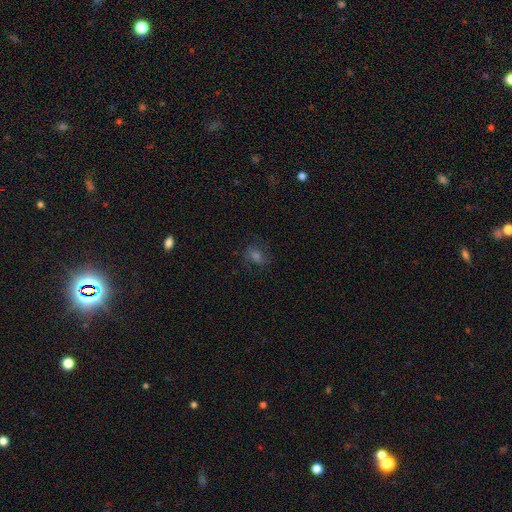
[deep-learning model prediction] smooth 43%, featured or disk 29%, star or artifact 28%. Down the decision tree: merging — none (75%).